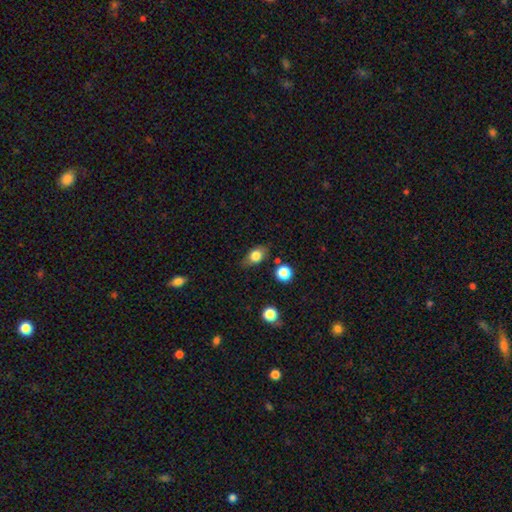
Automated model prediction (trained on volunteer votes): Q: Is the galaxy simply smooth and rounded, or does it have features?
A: smooth — 77%.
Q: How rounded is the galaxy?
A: in between — 75%.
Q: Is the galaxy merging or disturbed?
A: none — 75%.